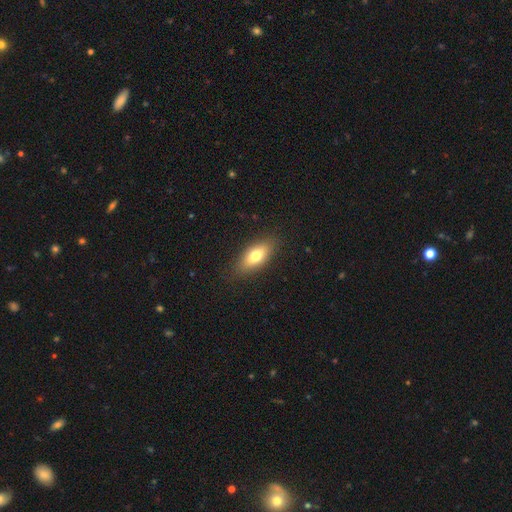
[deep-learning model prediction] Smooth or featured? smooth (72%)
How rounded? in between (80%)
Merging? none (86%)